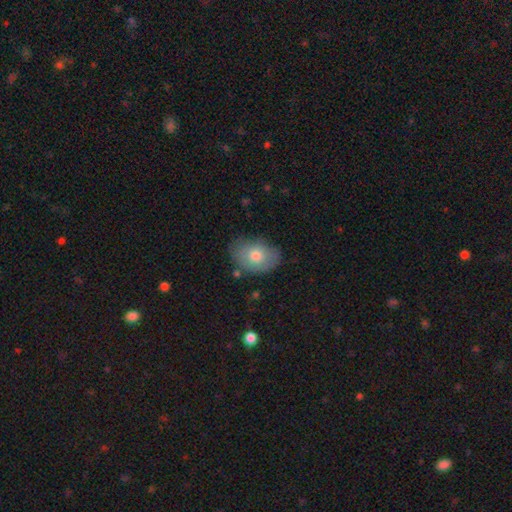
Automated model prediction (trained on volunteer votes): smooth_or_featured: smooth (p=0.74) [alt: featured or disk p=0.18]
how_rounded: in between (p=0.80) [alt: round p=0.19]
merging: none (p=0.73) [alt: minor disturbance p=0.20]